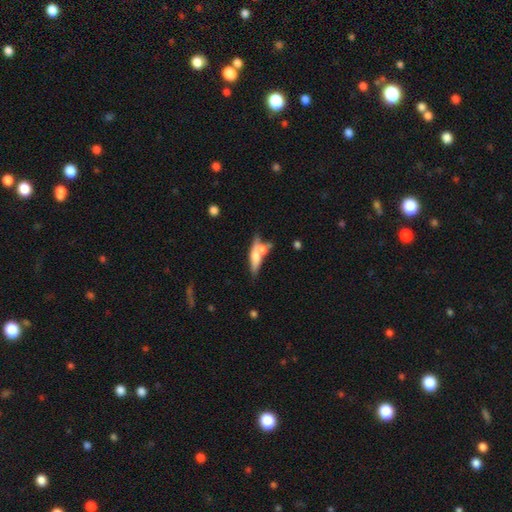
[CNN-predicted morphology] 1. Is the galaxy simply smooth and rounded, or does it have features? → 53% smooth, 39% featured or disk, 8% star or artifact.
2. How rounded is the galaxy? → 61% cigar-shaped, 35% in between, 4% round.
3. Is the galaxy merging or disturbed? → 39% none, 38% merger, 15% minor disturbance, 8% major disturbance.